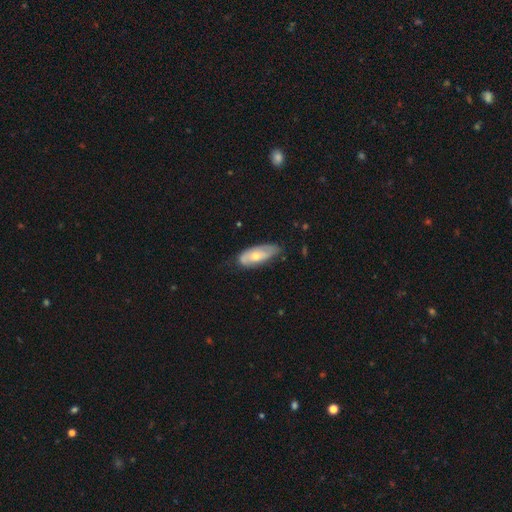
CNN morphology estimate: type=featured or disk (50%); merging=none (70%).